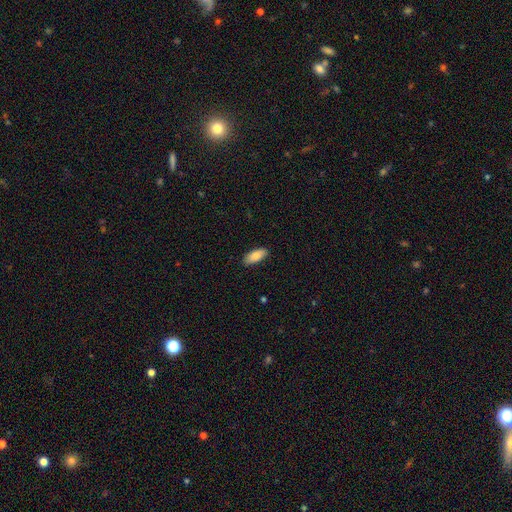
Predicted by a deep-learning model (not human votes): Smooth or featured?
  - smooth: 86% *
  - featured or disk: 8%
  - star or artifact: 6%
How rounded?
  - in between: 82% *
  - cigar-shaped: 16%
  - round: 2%
Merging?
  - none: 85% *
  - minor disturbance: 12%
  - major disturbance: 2%
  - merger: 1%